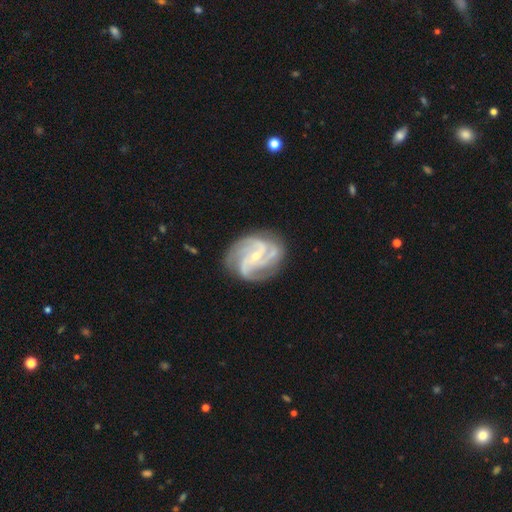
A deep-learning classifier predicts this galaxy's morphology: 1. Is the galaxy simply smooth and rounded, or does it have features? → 91% featured or disk, 5% star or artifact, 4% smooth.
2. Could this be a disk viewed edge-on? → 98% no, 2% yes.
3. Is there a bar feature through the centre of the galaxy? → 39% weak (tied), 39% no (tied), 22% strong.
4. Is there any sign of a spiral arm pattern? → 98% yes, 2% no.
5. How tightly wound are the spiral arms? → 50% medium, 39% tight, 11% loose.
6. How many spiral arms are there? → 49% 3, 25% 4, 10% 2, 7% can't tell, 5% more than 4, 4% 1.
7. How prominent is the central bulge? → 72% small, 24% moderate, 2% none, 1% large, 1% dominant.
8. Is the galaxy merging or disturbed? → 77% none, 16% minor disturbance, 6% major disturbance, 1% merger.